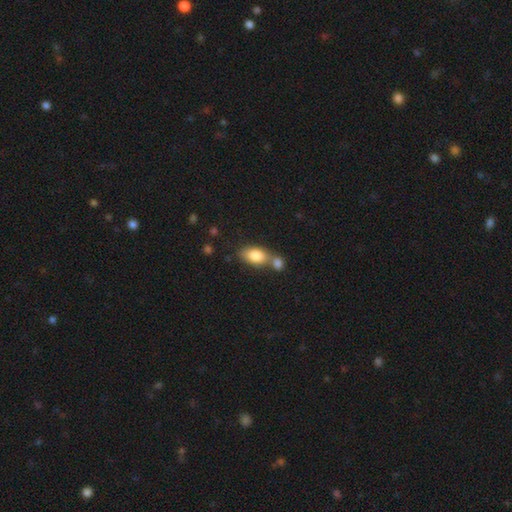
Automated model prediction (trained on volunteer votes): A smooth galaxy with no disk features (82%) that is in between round and cigar-shaped (87%).

Vote fractions:
- Smooth or featured? smooth: 82% / featured or disk: 11% / star or artifact: 7%
- How rounded? in between: 87% / round: 9% / cigar-shaped: 4%
- Merging? merger: 46% / none: 40% / minor disturbance: 11% / major disturbance: 4%